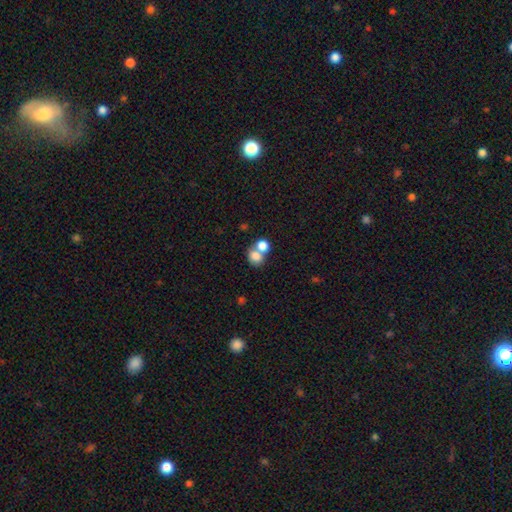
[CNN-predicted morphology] A smooth galaxy with no disk features (78%) that is round (53%). Merging: merger (57%).